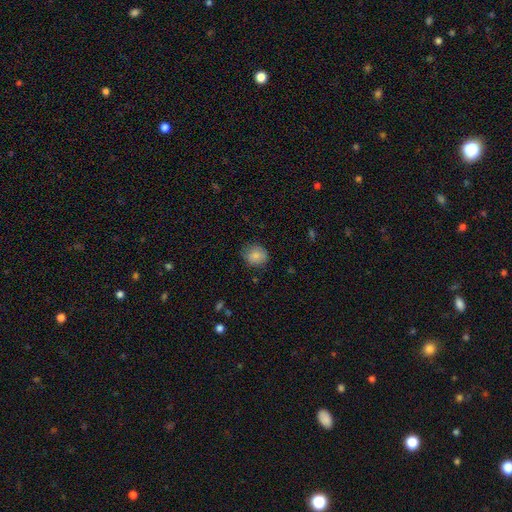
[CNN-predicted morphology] A smooth galaxy with no disk features (82%) that is round (77%).

Vote fractions:
- Smooth or featured? smooth: 82% / featured or disk: 9% / star or artifact: 9%
- How rounded? round: 77% / in between: 22% / cigar-shaped: 1%
- Merging? none: 76% / minor disturbance: 19% / major disturbance: 4% / merger: 1%